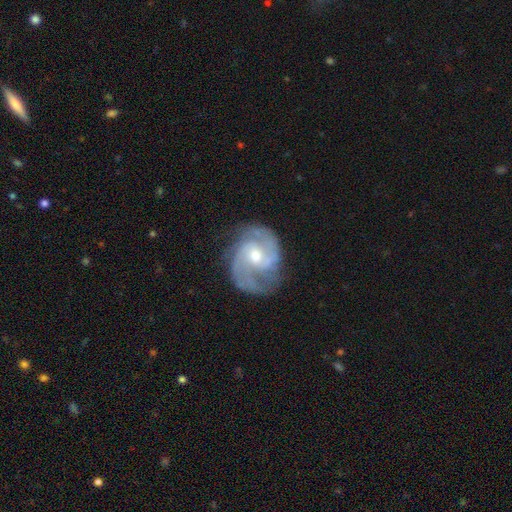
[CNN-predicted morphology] featured or disk 90%, smooth 5%, star or artifact 5%. Down the decision tree: edge-on disk — no (98%); bar — no (49%); spiral arms — yes (98%); spiral arm count — 2 (74%); spiral winding — medium (54%); bulge size — moderate (55%); merging — none (72%).